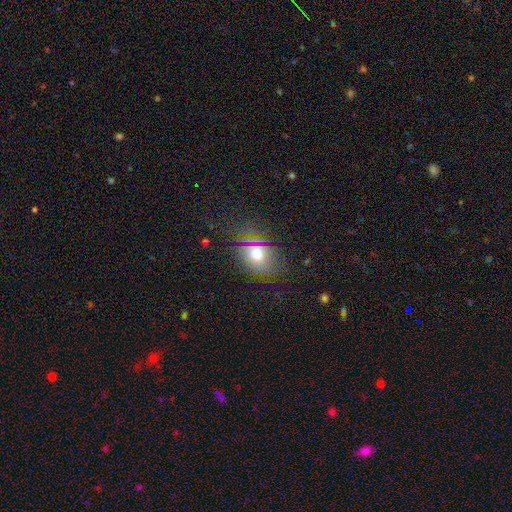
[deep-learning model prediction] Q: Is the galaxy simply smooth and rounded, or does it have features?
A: smooth — 59%.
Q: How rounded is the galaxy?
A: in between — 57%.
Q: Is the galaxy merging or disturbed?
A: none — 74%.